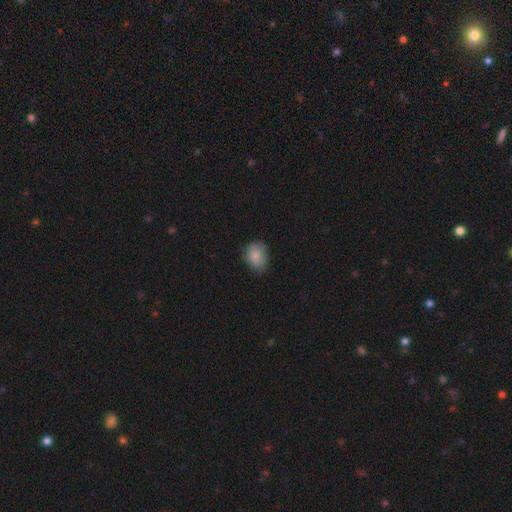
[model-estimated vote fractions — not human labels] Morphology: type=smooth (84%); roundness=in between (54%); merging=none (70%).